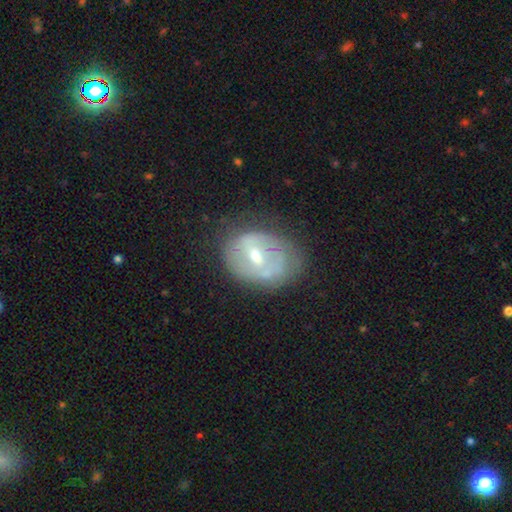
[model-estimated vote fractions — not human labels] Morphology: type=featured or disk (70%); edge-on=no (96%); bar=weak (48%); spiral arms=yes (55%); bulge=moderate (58%); merging=none (61%).